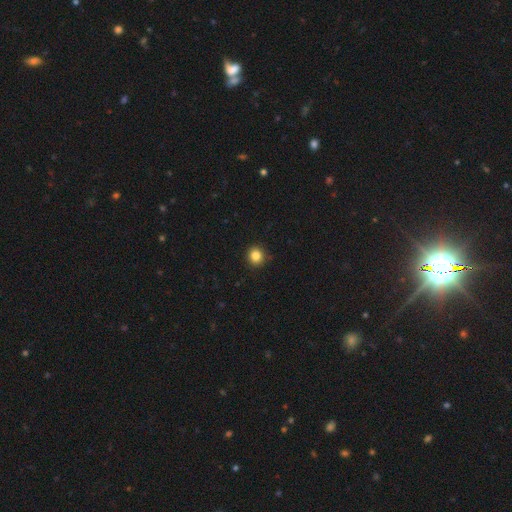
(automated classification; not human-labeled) This is clearly a smooth galaxy (84%). How rounded: clearly round (90%). Merging: clearly none (92%).